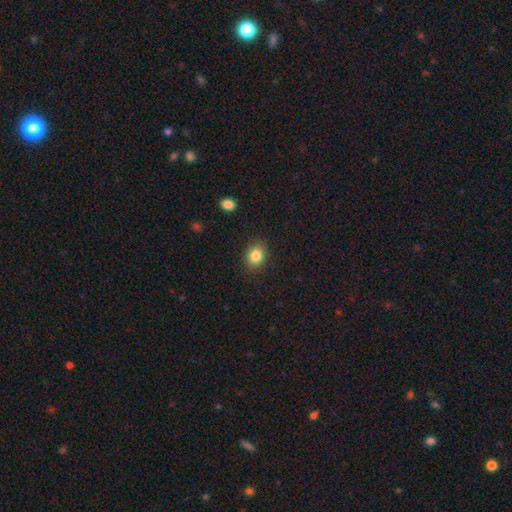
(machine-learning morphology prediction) The model was most divided on "how rounded": in between: 51%, round: 48%, cigar-shaped: 1%. More confident: merging — none (87%); smooth or featured — smooth (85%).